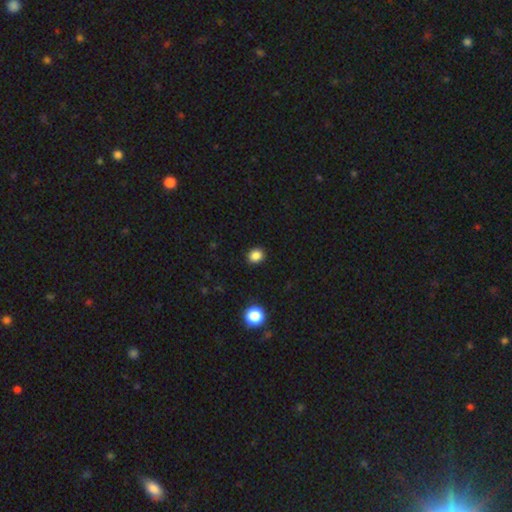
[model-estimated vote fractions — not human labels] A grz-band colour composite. It shows a smooth galaxy with no disk features (84%) that is round (71%). Merging: none (91%).